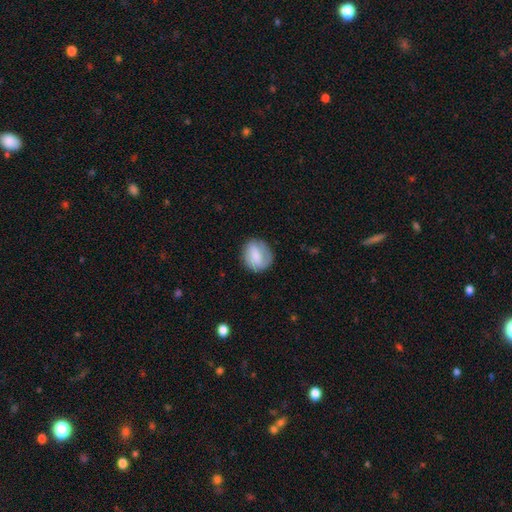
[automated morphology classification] A smooth galaxy with no disk features (63%) that is round (67%).

Vote fractions:
- Smooth or featured? smooth: 63% / featured or disk: 30% / star or artifact: 7%
- How rounded? round: 67% / in between: 31% / cigar-shaped: 2%
- Merging? none: 69% / minor disturbance: 21% / major disturbance: 9% / merger: 2%